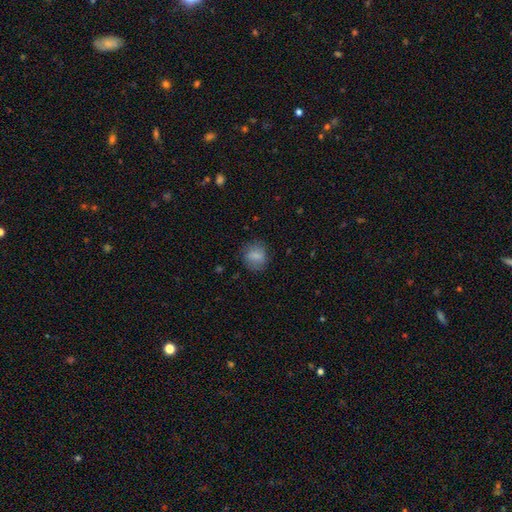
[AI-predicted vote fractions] This is likely a smooth galaxy (78%). How rounded: likely round (70%). Merging: likely none (77%).